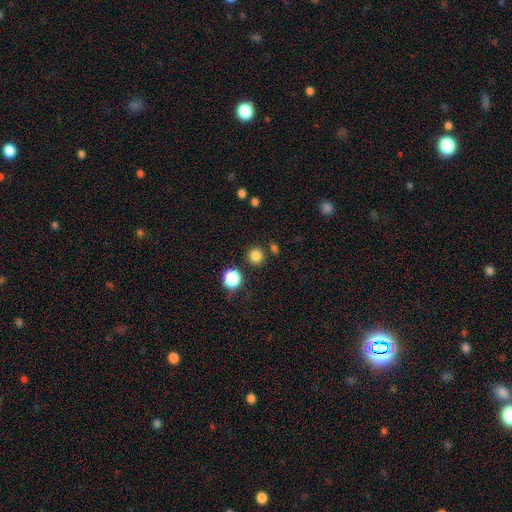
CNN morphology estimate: smooth-or-featured: smooth: 81% | star or artifact: 15% | featured or disk: 4%
  how-rounded: round: 93% | in between: 6% | cigar-shaped: 1%
  merging: none: 85% | minor disturbance: 7% | merger: 5% | major disturbance: 3%